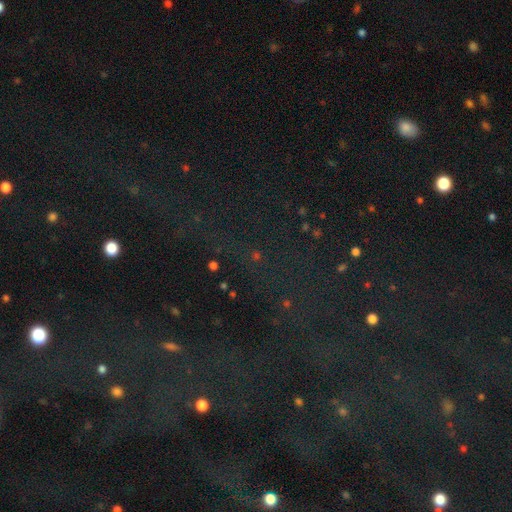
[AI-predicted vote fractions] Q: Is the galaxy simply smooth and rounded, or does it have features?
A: star or artifact — 78%.